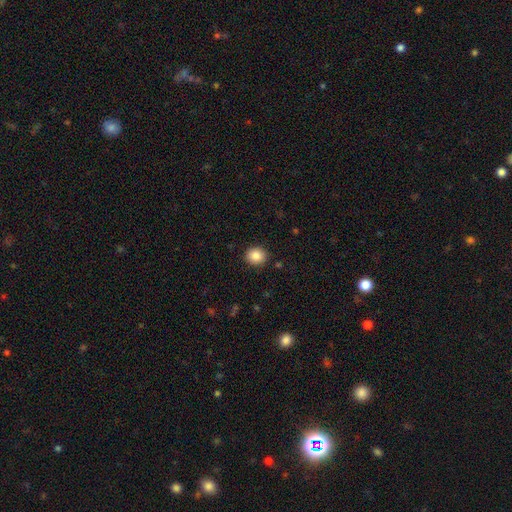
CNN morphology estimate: This is clearly a smooth galaxy (86%). How rounded: likely round (73%). Merging: clearly none (90%).